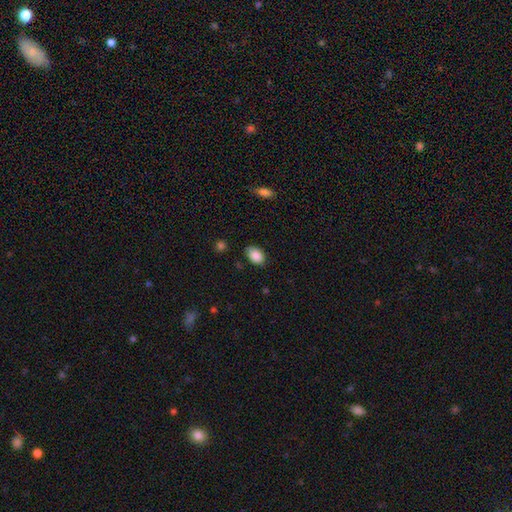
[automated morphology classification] Q: Smooth or featured?
A: smooth (88%); runner-up: star or artifact (8%)
Q: How rounded?
A: in between (86%); runner-up: round (13%)
Q: Merging?
A: none (79%); runner-up: minor disturbance (17%)